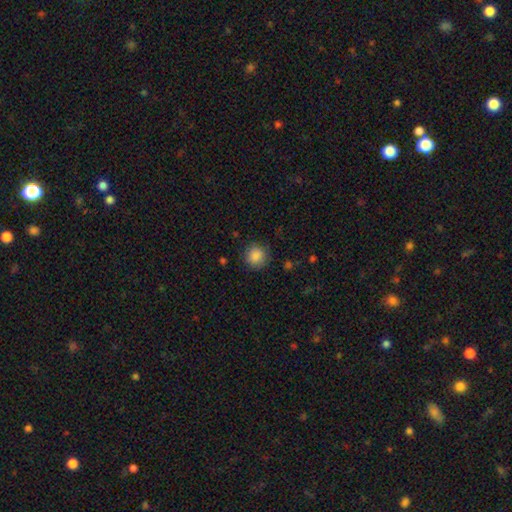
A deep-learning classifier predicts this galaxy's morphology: A smooth galaxy with no disk features (87%) that is round (91%). Merging: none (84%).